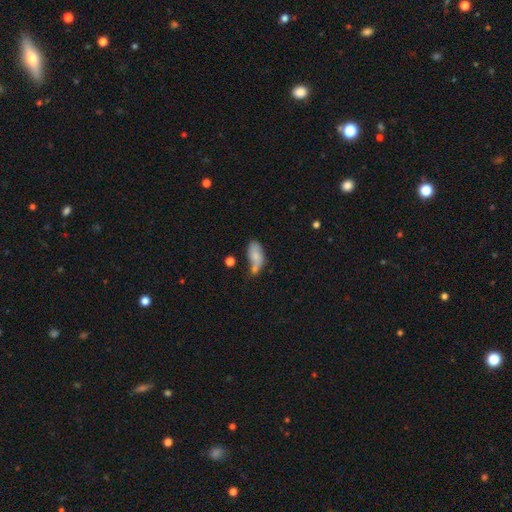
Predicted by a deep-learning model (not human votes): A smooth galaxy with no disk features (73%) that is in between round and cigar-shaped (87%).

Vote fractions:
- Smooth or featured? smooth: 73% / featured or disk: 19% / star or artifact: 8%
- How rounded? in between: 87% / cigar-shaped: 10% / round: 3%
- Merging? none: 36% / minor disturbance: 28% / merger: 24% / major disturbance: 12%